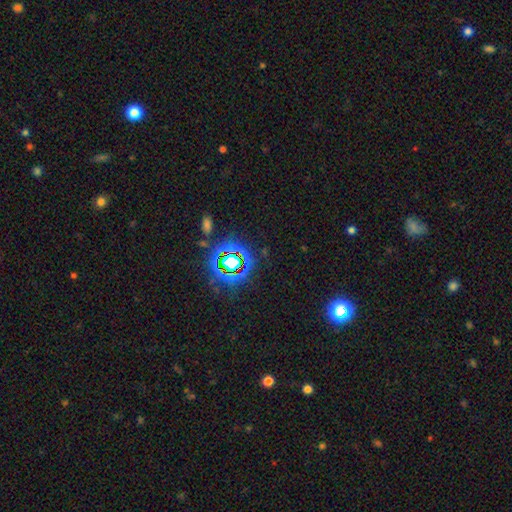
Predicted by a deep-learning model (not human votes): Morphology: type=star or artifact (78%).